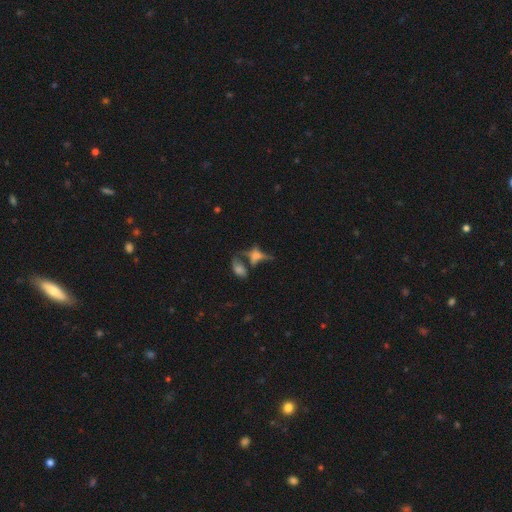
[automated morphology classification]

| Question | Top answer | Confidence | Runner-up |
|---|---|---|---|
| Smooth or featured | featured or disk | 42% | smooth (41%) |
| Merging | merger | 35% | none (30%) |